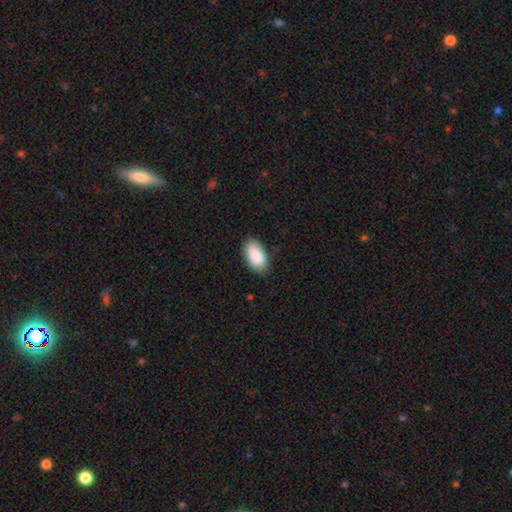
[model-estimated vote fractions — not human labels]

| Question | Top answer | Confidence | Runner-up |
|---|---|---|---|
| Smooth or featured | smooth | 86% | featured or disk (8%) |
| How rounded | in between | 95% | round (4%) |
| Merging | none | 81% | minor disturbance (15%) |